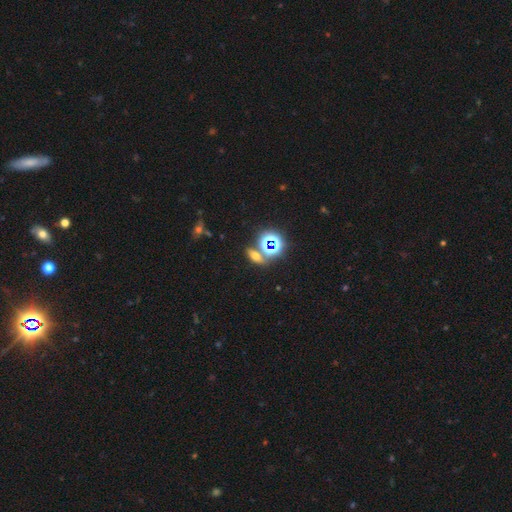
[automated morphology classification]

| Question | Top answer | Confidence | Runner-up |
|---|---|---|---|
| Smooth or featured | smooth | 45% | star or artifact (38%) |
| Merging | none | 69% | merger (17%) |